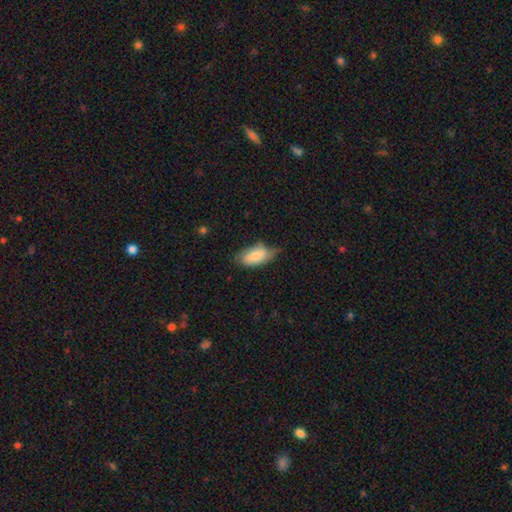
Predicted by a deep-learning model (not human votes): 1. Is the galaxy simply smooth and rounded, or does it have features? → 76% smooth, 17% featured or disk, 6% star or artifact.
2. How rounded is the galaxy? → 90% in between, 8% cigar-shaped, 3% round.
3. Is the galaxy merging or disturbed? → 52% none, 38% minor disturbance, 8% major disturbance, 2% merger.